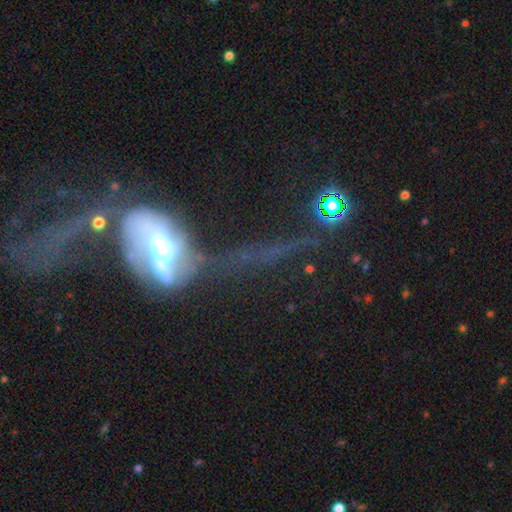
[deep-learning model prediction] This is likely a featured or disk galaxy (73%). It is likely not viewed edge-on (79%). Bar: marginally no (36%). Spiral arm pattern: likely yes (62%). Central bulge: possibly moderate (56%). Merging: possibly major disturbance (46%).